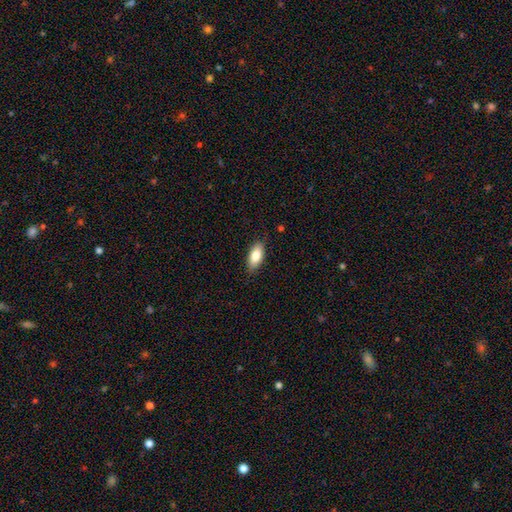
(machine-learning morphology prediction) This is clearly a smooth galaxy (84%). How rounded: clearly in between (86%). Merging: clearly none (85%).